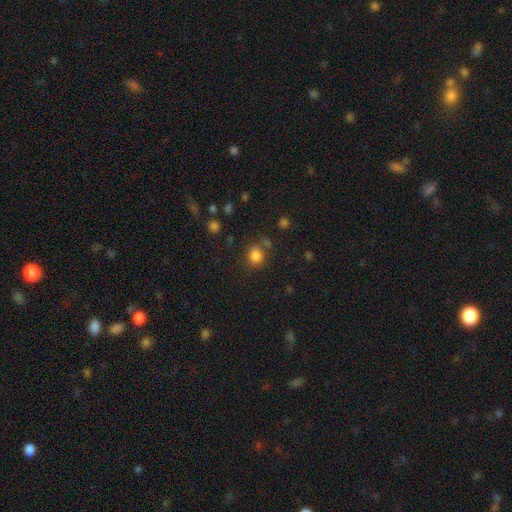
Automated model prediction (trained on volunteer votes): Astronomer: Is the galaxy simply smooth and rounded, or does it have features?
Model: smooth — 82%.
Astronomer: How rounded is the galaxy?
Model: round — 78%.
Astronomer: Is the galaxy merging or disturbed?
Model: none — 74%.